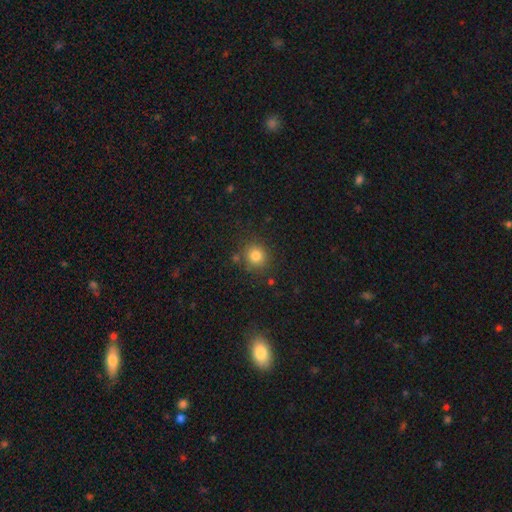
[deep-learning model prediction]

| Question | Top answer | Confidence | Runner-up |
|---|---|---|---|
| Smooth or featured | smooth | 82% | star or artifact (12%) |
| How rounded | round | 85% | in between (14%) |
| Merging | none | 82% | minor disturbance (10%) |